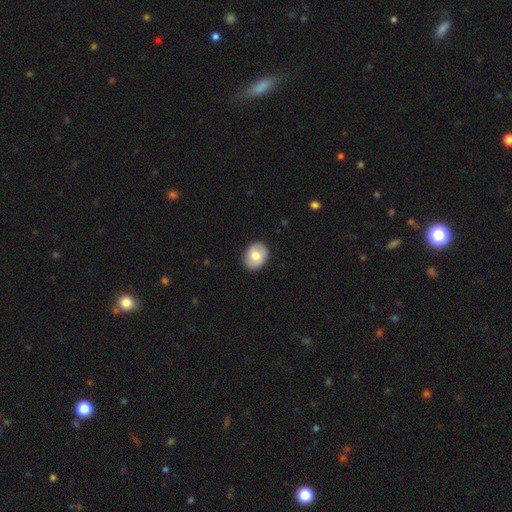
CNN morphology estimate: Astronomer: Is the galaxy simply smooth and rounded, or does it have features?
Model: smooth — 70%.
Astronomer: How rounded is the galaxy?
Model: in between — 58% (runner-up: round, 41%).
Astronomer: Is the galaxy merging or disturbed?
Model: none — 87%.